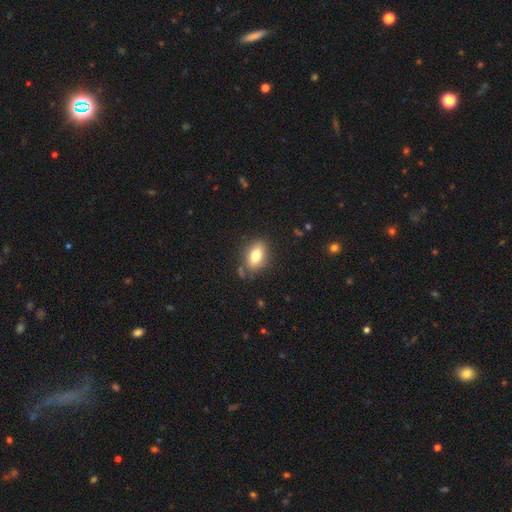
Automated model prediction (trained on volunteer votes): Overall: smooth (81%). How rounded: in between (86%). Merging: none (78%).